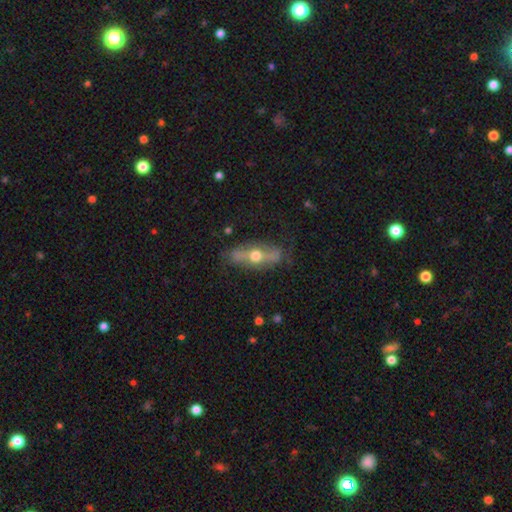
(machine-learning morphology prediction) smooth_or_featured: featured or disk (p=0.63) [alt: smooth p=0.30]
disk_edge_on: yes (p=0.57) [alt: no p=0.43]
merging: none (p=0.72) [alt: minor disturbance p=0.18]